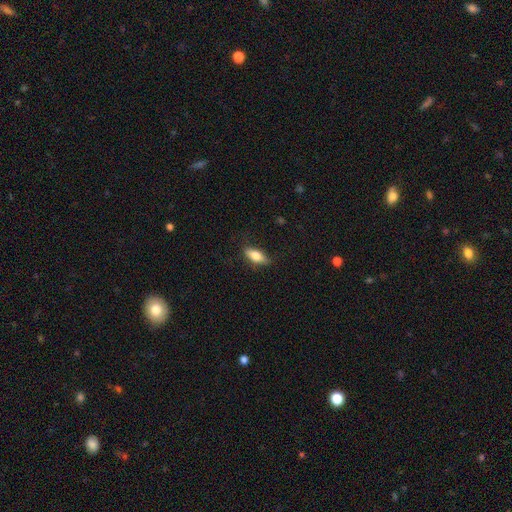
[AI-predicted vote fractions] The model was most divided on "how rounded": in between: 72%, cigar-shaped: 24%, round: 3%. More confident: merging — none (76%); smooth or featured — smooth (74%).